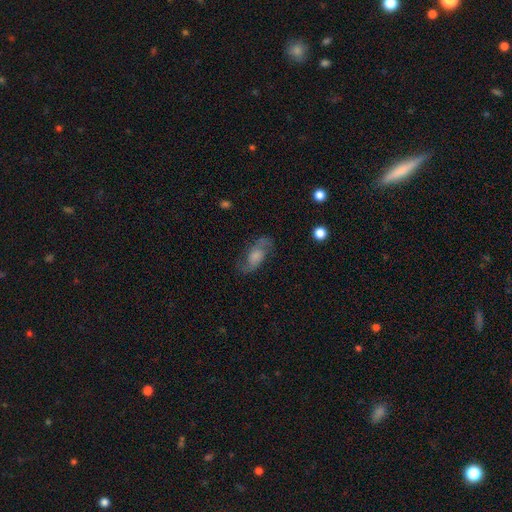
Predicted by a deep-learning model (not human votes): smooth_or_featured: featured or disk (p=0.67) [alt: smooth p=0.25]
disk_edge_on: no (p=0.93) [alt: yes p=0.07]
bar: no (p=0.62) [alt: weak p=0.32]
has_spiral_arms: yes (p=0.91) [alt: no p=0.09]
spiral_winding: loose (p=0.48) [alt: medium p=0.40]
spiral_arm_count: 2 (p=0.90) [alt: can't tell p=0.04]
bulge_size: moderate (p=0.27) [alt: large p=0.25]
merging: none (p=0.74) [alt: minor disturbance p=0.16]